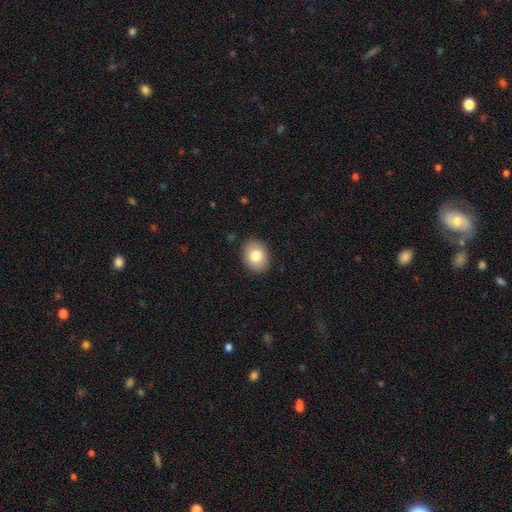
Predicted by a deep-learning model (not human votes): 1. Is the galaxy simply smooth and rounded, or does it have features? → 80% smooth, 11% featured or disk, 8% star or artifact.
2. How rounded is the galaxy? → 56% in between, 43% round, 1% cigar-shaped.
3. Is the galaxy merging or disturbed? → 89% none, 8% minor disturbance, 2% major disturbance, 1% merger.